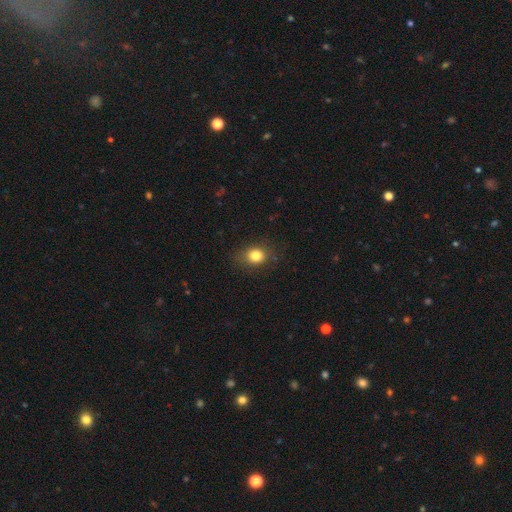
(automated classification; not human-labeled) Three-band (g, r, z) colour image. It shows a smooth galaxy with no disk features (81%) that is round (57%). Merging: none (81%).